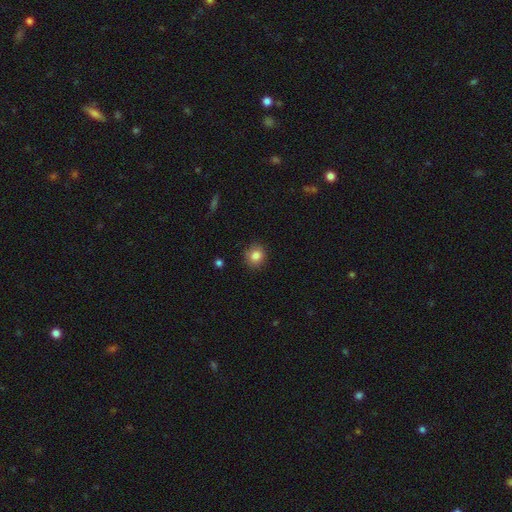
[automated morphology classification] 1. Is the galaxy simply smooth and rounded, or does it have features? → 84% smooth, 10% star or artifact, 6% featured or disk.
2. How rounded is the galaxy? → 83% round, 16% in between, 1% cigar-shaped.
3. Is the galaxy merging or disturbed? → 86% none, 10% minor disturbance, 2% major disturbance, 1% merger.